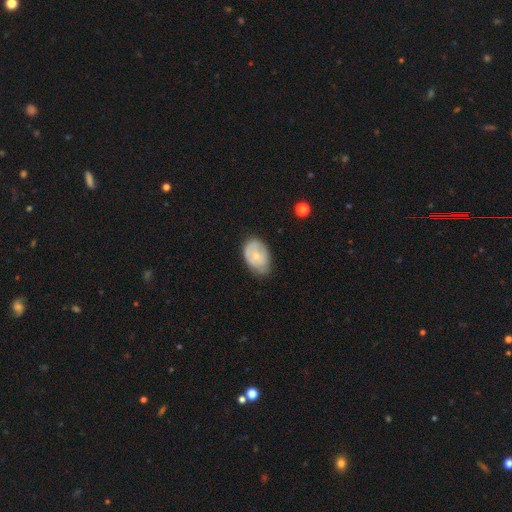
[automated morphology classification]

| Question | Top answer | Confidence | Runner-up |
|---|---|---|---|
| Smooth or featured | smooth | 51% | featured or disk (42%) |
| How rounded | in between | 82% | round (17%) |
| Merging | none | 57% | minor disturbance (33%) |